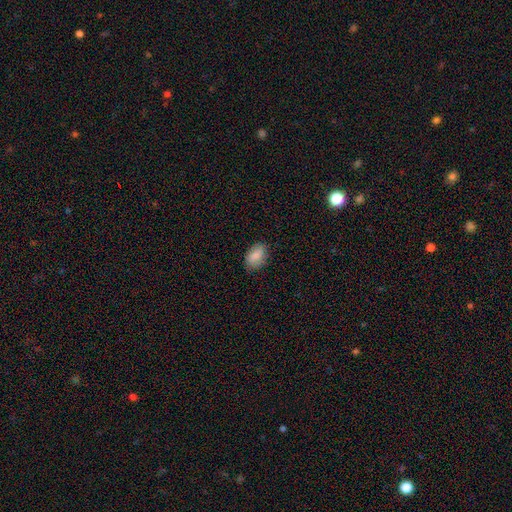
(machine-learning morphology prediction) Smooth or featured? smooth (84%)
How rounded? in between (89%)
Merging? none (76%)